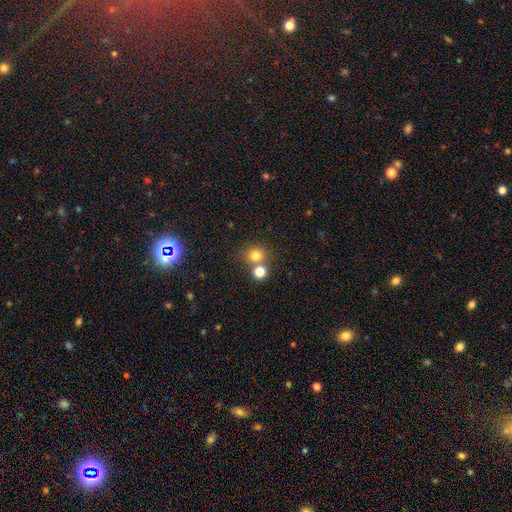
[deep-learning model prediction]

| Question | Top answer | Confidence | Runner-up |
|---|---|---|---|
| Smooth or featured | smooth | 77% | star or artifact (15%) |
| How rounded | round | 87% | in between (12%) |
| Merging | none | 63% | merger (26%) |